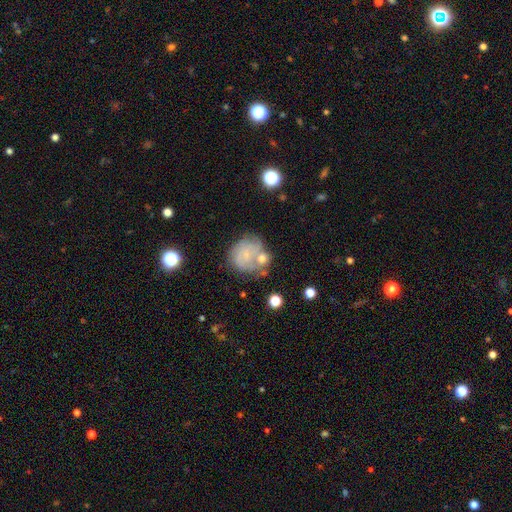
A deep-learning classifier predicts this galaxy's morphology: Smooth or featured: featured or disk — 45% (smooth — 42%)
Merging: none — 51% (minor disturbance — 20%)